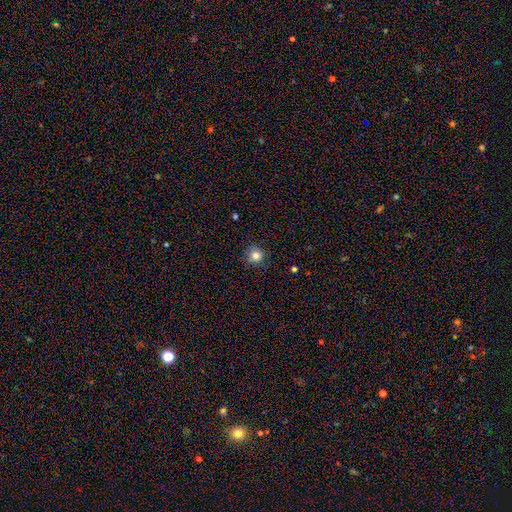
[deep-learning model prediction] A smooth galaxy with no disk features (83%) that is round (93%).

Vote fractions:
- Smooth or featured? smooth: 83% / star or artifact: 12% / featured or disk: 5%
- How rounded? round: 93% / in between: 6% / cigar-shaped: 1%
- Merging? none: 86% / minor disturbance: 11% / major disturbance: 3% / merger: 1%